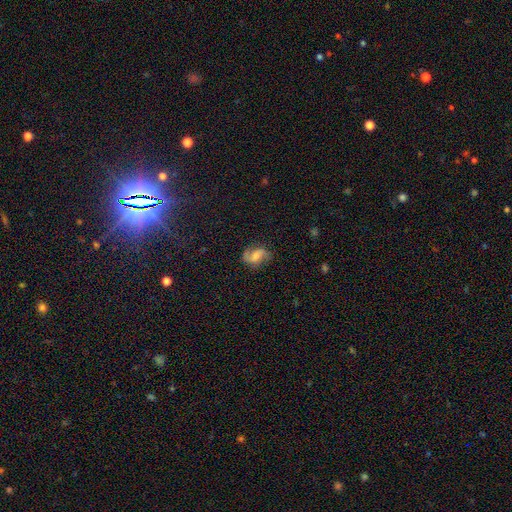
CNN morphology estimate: Overall: featured or disk (65%; smooth 26%). Edge-on disk: no (97%). Bar: weak (46%; no 37%). Spiral arms: yes (92%). Spiral arm count: 2 (85%). Spiral winding: loose (52%; medium 36%). Bulge size: moderate (35%; small 33%). Merging: none (69%).